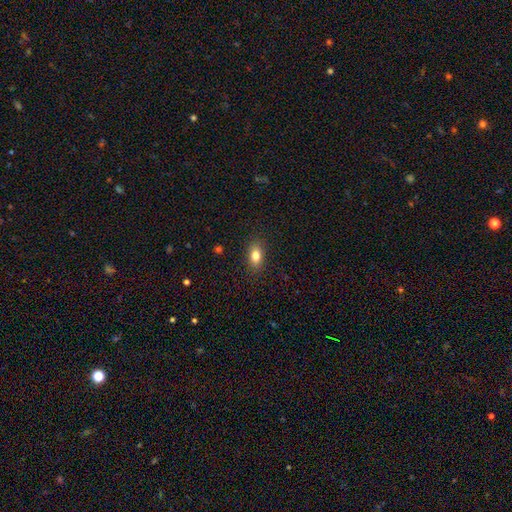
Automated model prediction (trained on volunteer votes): A smooth galaxy with no disk features (82%) that is in between round and cigar-shaped (84%).

Vote fractions:
- Smooth or featured? smooth: 82% / featured or disk: 9% / star or artifact: 9%
- How rounded? in between: 84% / round: 10% / cigar-shaped: 5%
- Merging? none: 87% / minor disturbance: 9% / major disturbance: 2% / merger: 1%